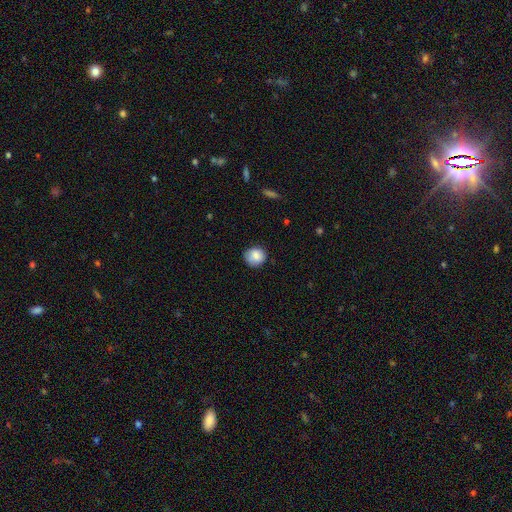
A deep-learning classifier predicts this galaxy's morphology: This is clearly a smooth galaxy (82%). How rounded: clearly round (85%). Merging: likely none (73%).